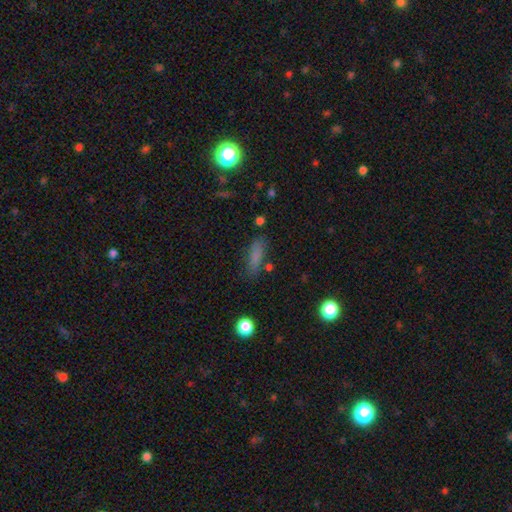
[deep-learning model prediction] smooth_or_featured: smooth (p=0.78) [alt: star or artifact p=0.12]
how_rounded: cigar-shaped (p=0.49) [alt: in between p=0.47]
merging: none (p=0.76) [alt: minor disturbance p=0.16]